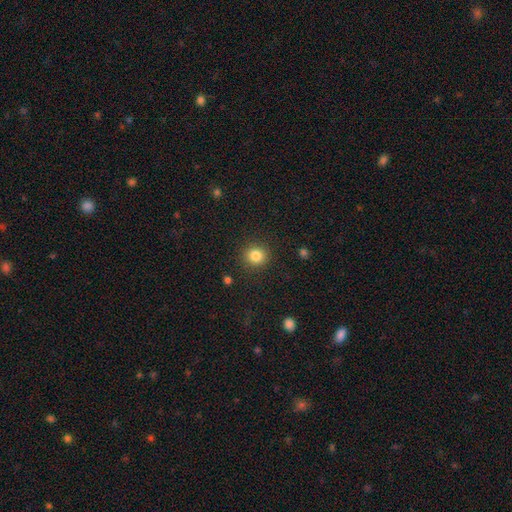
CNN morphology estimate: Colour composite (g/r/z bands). It shows a smooth galaxy with no disk features (84%) that is round (90%). Merging: none (90%).